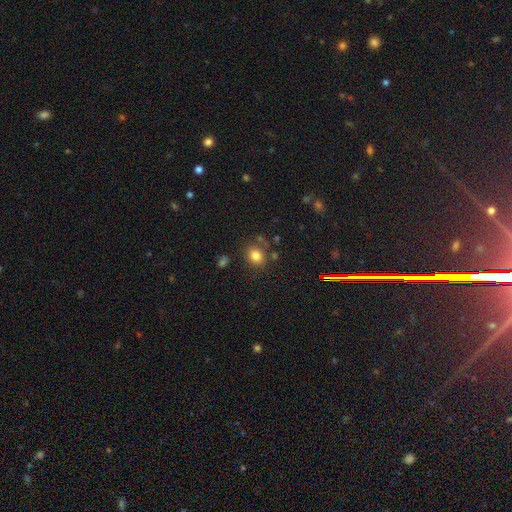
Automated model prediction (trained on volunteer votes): Smooth or featured? smooth (79%)
How rounded? round (61%)
Merging? none (74%)